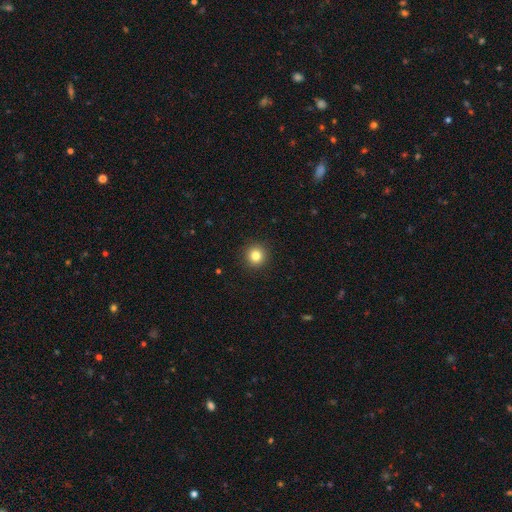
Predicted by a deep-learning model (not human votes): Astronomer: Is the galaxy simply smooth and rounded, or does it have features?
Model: smooth — 83%.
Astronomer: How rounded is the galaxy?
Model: round — 94%.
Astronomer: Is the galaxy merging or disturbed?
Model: none — 93%.